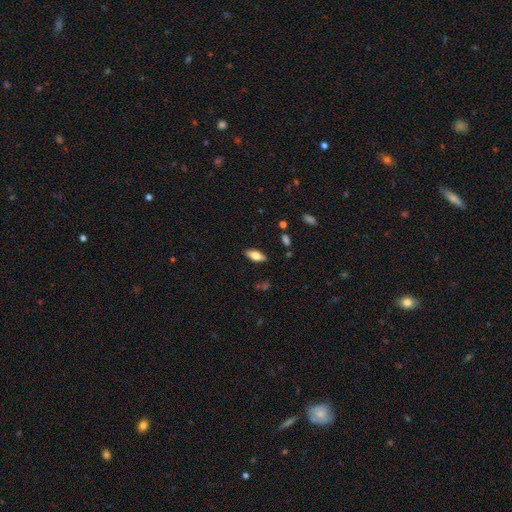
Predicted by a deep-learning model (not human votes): A smooth galaxy with no disk features (73%) that is in between round and cigar-shaped (82%).

Vote fractions:
- Smooth or featured? smooth: 73% / featured or disk: 19% / star or artifact: 7%
- How rounded? in between: 82% / cigar-shaped: 16% / round: 2%
- Merging? none: 87% / minor disturbance: 10% / major disturbance: 2% / merger: 1%